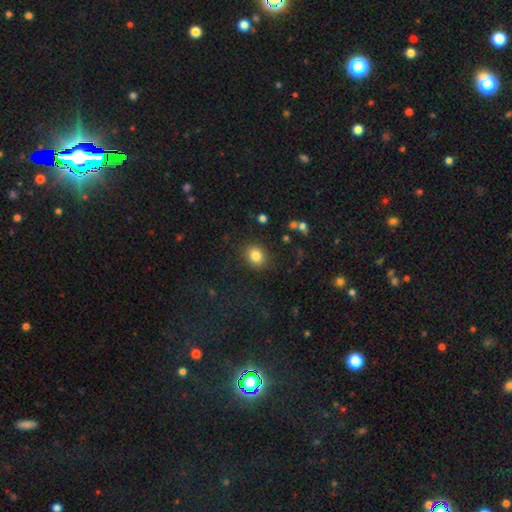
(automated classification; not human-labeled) smooth-or-featured: smooth: 83% | star or artifact: 10% | featured or disk: 6%
  how-rounded: round: 64% | in between: 35% | cigar-shaped: 1%
  merging: none: 86% | minor disturbance: 9% | major disturbance: 3% | merger: 2%